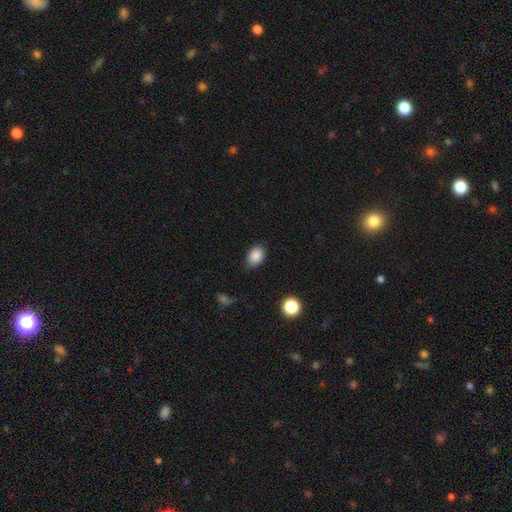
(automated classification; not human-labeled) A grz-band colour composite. It shows a smooth galaxy with no disk features (87%) that is in between round and cigar-shaped (79%). Merging: none (76%).